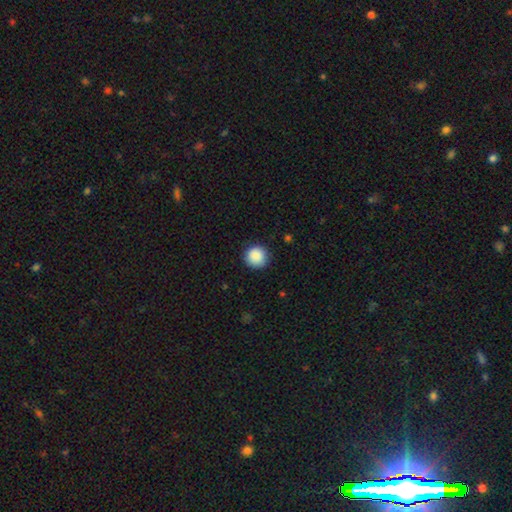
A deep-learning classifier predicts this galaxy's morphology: This is clearly a smooth galaxy (89%). How rounded: clearly round (94%). Merging: clearly none (89%).